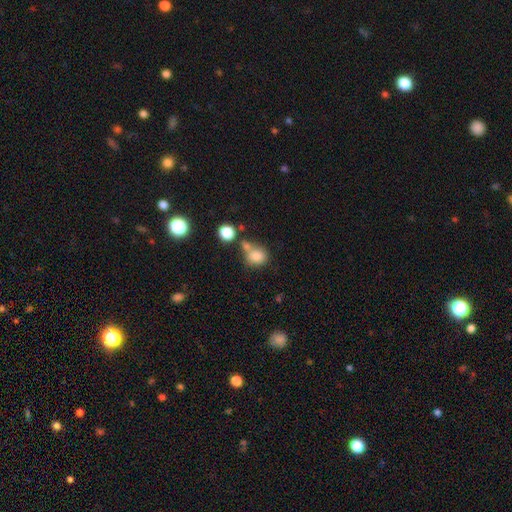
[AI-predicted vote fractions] Overall: smooth (80%). How rounded: round (70%). Merging: none (48%; merger 33%).